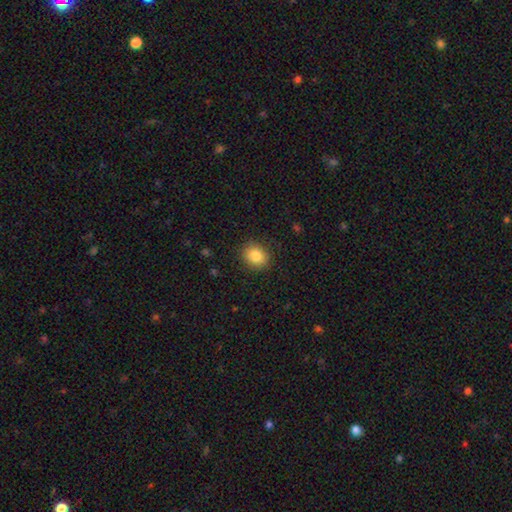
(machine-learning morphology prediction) The model was most divided on "how rounded": round: 60%, in between: 39%, cigar-shaped: 1%. More confident: merging — none (87%); smooth or featured — smooth (85%).